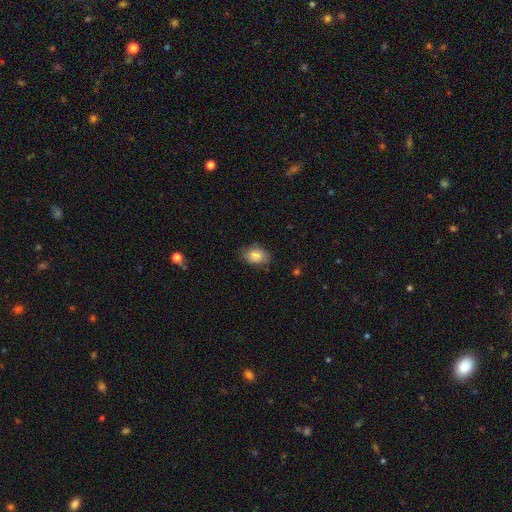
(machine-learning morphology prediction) Smooth or featured: smooth — 84% (featured or disk — 8%)
How rounded: in between — 78% (round — 21%)
Merging: none — 71% (minor disturbance — 23%)